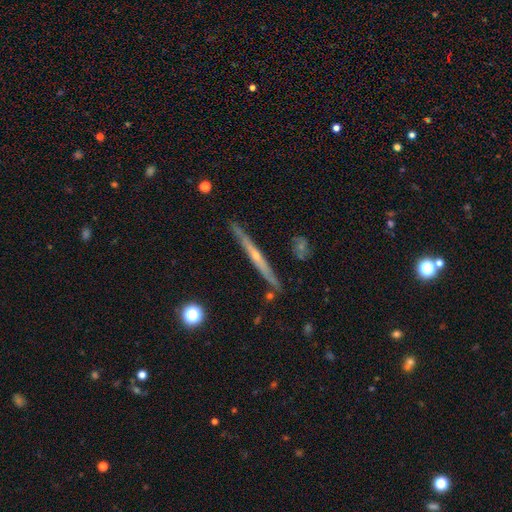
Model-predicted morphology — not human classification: A featured or disk galaxy (76%) viewed edge-on (97%) with a rounded central bulge (63%). Merging: none (88%).